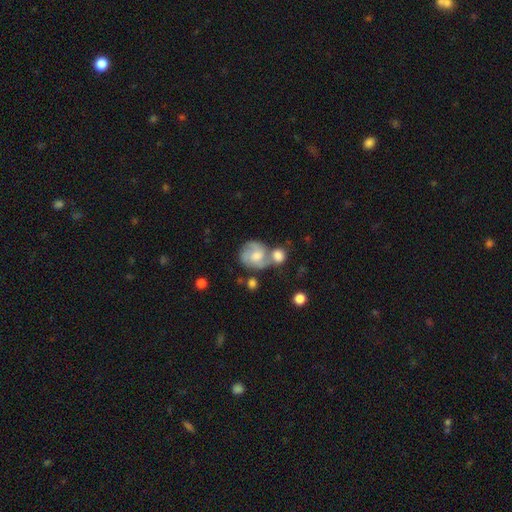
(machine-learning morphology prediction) The model was most divided on "merging": merger: 39%, none: 36%, minor disturbance: 16%, major disturbance: 9%. Remaining: edge-on disk — no (98%); spiral arms — yes (86%); smooth or featured — featured or disk (62%); bar — no (61%); bulge size — moderate (52%); spiral arm count — 2 (48%); spiral winding — medium (46%).